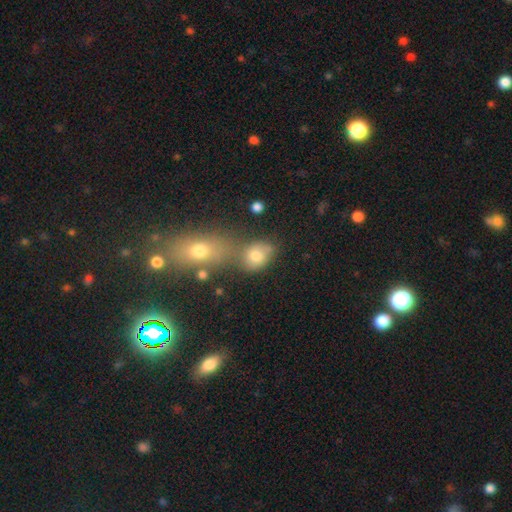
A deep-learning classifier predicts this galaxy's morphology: Smooth or featured? smooth (73%)
How rounded? in between (62%)
Merging? none (43%)